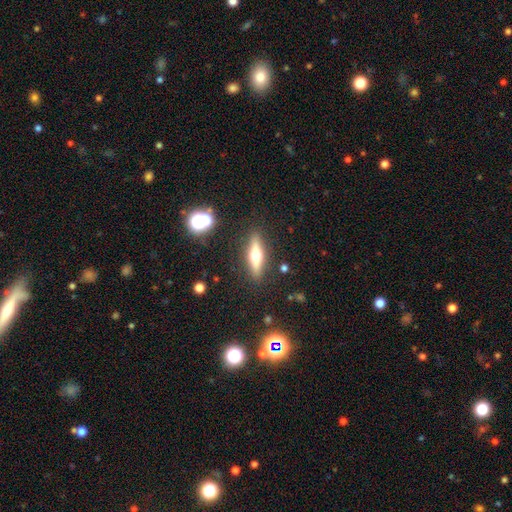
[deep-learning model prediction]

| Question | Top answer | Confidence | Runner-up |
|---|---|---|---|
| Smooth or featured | featured or disk | 53% | smooth (40%) |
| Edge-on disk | yes | 92% | no (8%) |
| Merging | none | 87% | minor disturbance (8%) |